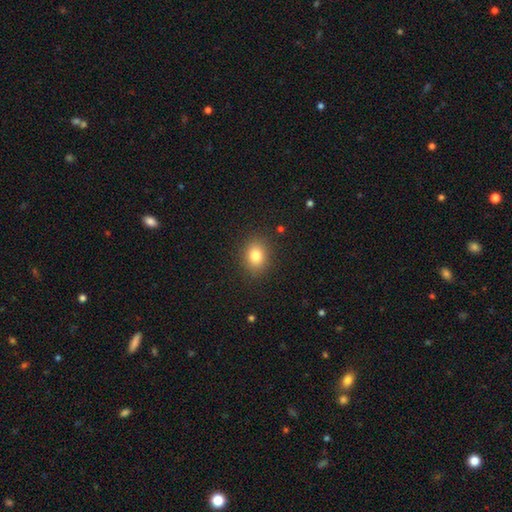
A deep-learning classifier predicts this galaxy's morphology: The model was most divided on "how rounded": in between: 50%, round: 49%, cigar-shaped: 1%. More confident: merging — none (87%); smooth or featured — smooth (81%).